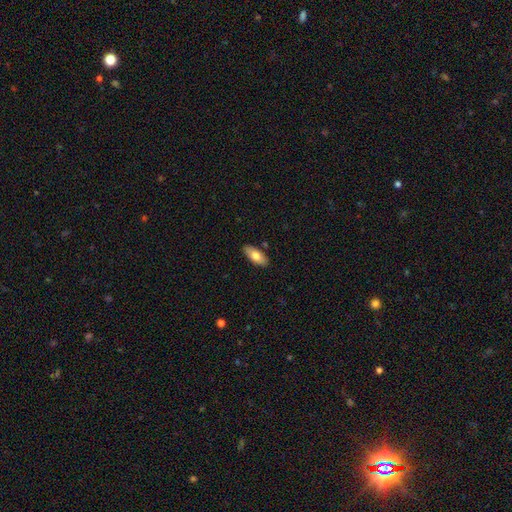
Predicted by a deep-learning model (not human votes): Smooth or featured: smooth — 75% (featured or disk — 19%)
How rounded: in between — 86% (cigar-shaped — 12%)
Merging: none — 87% (minor disturbance — 10%)